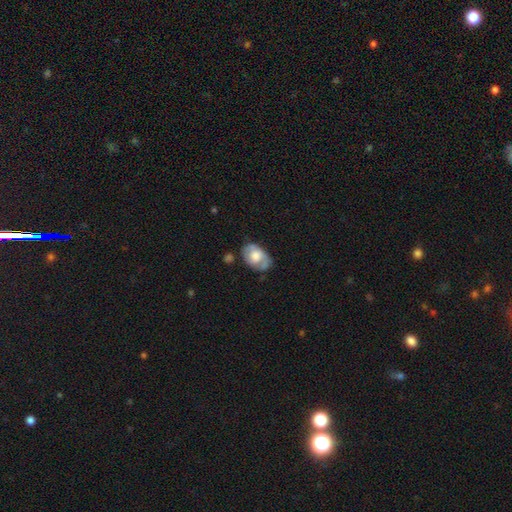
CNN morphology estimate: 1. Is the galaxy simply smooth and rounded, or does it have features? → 50% smooth, 43% featured or disk, 7% star or artifact.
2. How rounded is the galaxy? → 87% in between, 12% round, 1% cigar-shaped.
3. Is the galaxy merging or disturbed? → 58% none, 28% minor disturbance, 9% major disturbance, 4% merger.